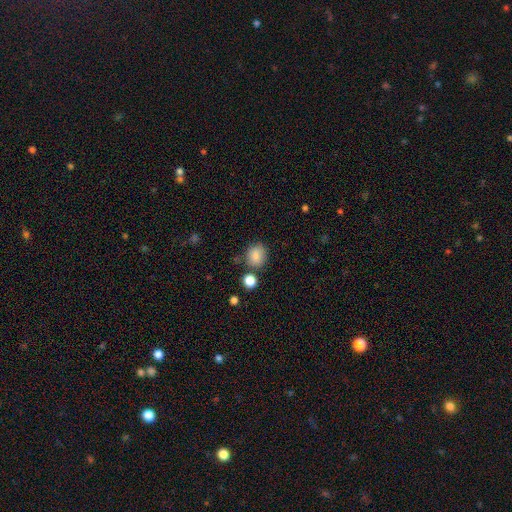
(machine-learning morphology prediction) smooth-or-featured: smooth: 85% | star or artifact: 9% | featured or disk: 5%
  how-rounded: round: 73% | in between: 26% | cigar-shaped: 1%
  merging: none: 76% | minor disturbance: 13% | merger: 7% | major disturbance: 4%